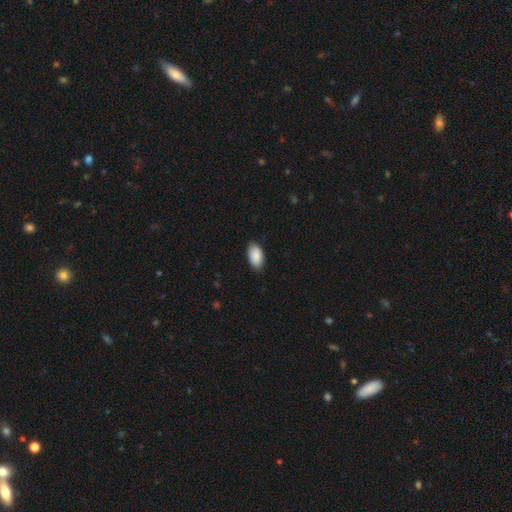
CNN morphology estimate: A smooth galaxy with no disk features (90%) that is in between round and cigar-shaped (95%).

Vote fractions:
- Smooth or featured? smooth: 90% / star or artifact: 6% / featured or disk: 4%
- How rounded? in between: 95% / round: 3% / cigar-shaped: 2%
- Merging? none: 85% / minor disturbance: 12% / major disturbance: 2% / merger: 1%